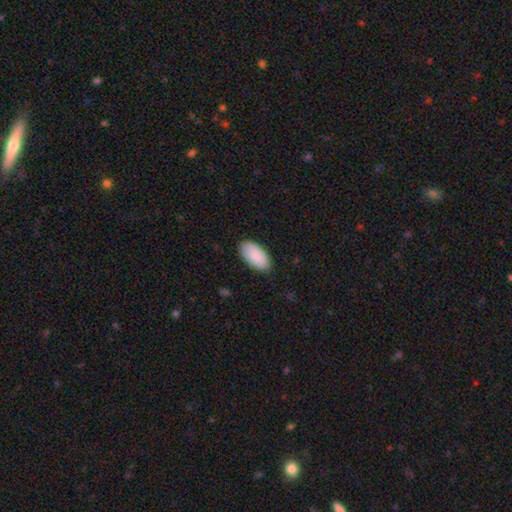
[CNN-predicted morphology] A smooth galaxy with no disk features (89%) that is in between round and cigar-shaped (96%). Merging: none (86%).